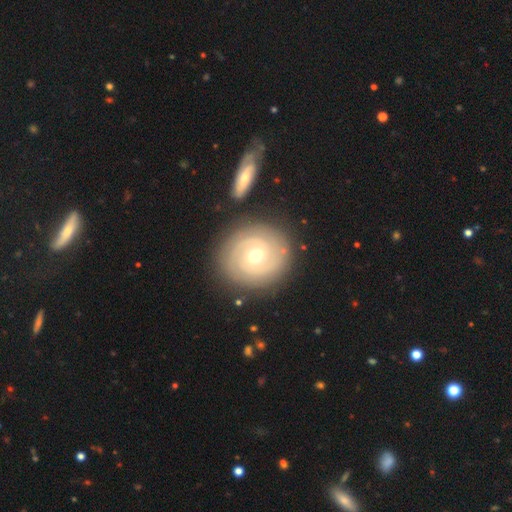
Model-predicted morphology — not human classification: smooth_or_featured: featured or disk (p=0.82) [alt: smooth p=0.13]
disk_edge_on: no (p=0.97) [alt: yes p=0.03]
bar: no (p=0.62) [alt: weak p=0.30]
has_spiral_arms: yes (p=0.94) [alt: no p=0.06]
spiral_winding: tight (p=0.77) [alt: medium p=0.19]
spiral_arm_count: 2 (p=0.68) [alt: can't tell p=0.14]
bulge_size: moderate (p=0.62) [alt: small p=0.33]
merging: none (p=0.82) [alt: minor disturbance p=0.10]